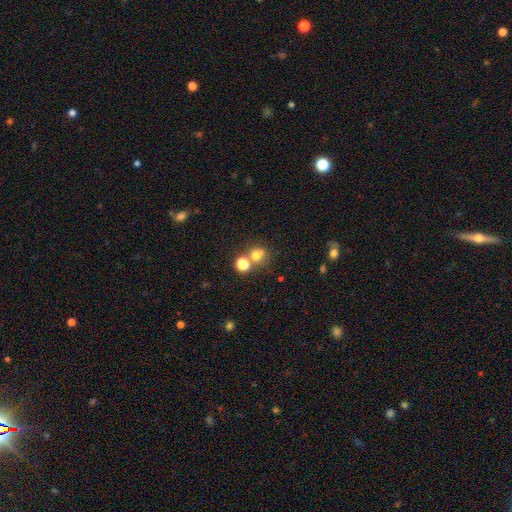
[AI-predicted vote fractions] Smooth or featured: smooth — 71% (star or artifact — 19%)
How rounded: round — 79% (in between — 20%)
Merging: none — 53% (merger — 32%)